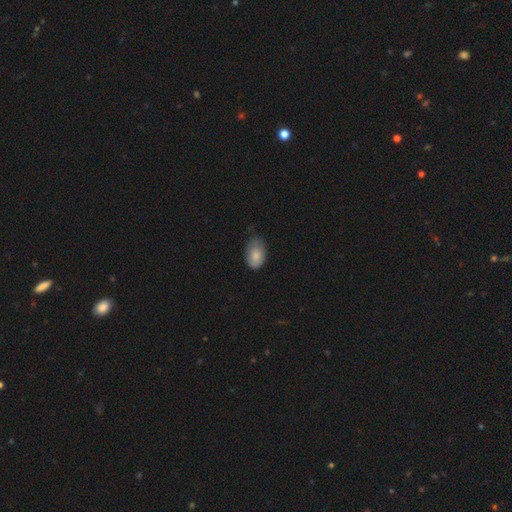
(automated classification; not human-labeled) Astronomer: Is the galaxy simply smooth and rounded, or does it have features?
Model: smooth — 81%.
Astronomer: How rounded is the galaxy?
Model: in between — 88%.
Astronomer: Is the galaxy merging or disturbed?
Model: none — 50% (runner-up: minor disturbance, 40%).